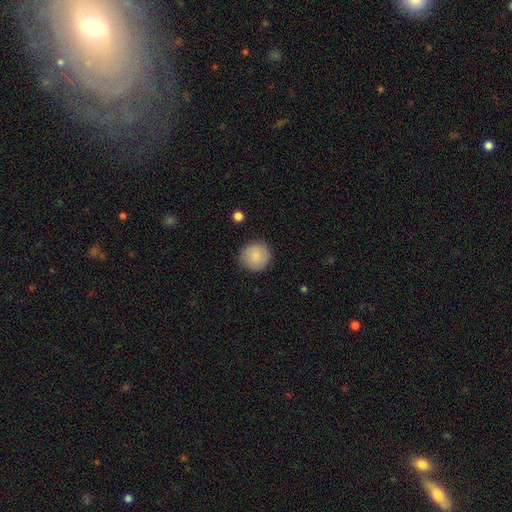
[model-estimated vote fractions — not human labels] This is clearly a smooth galaxy (81%). How rounded: clearly round (93%). Merging: clearly none (88%).